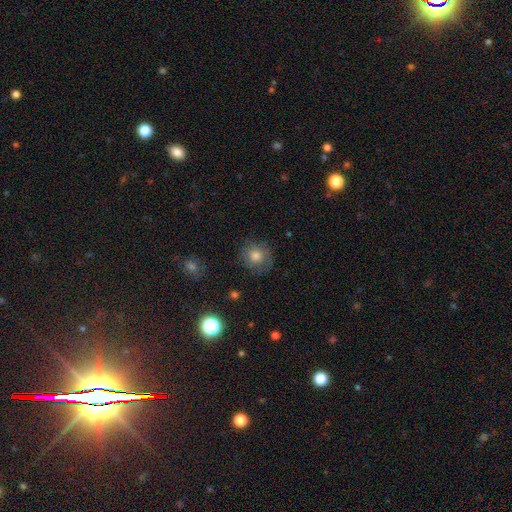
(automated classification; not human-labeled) The model was most divided on "smooth or featured": smooth: 68%, featured or disk: 19%, star or artifact: 13%. More confident: how rounded — round (88%); merging — none (77%).